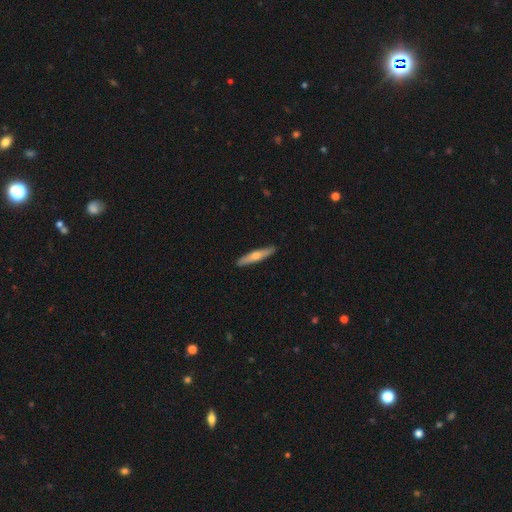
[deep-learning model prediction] A smooth galaxy with no disk features (50%).

Vote fractions:
- Smooth or featured? smooth: 50% / featured or disk: 45% / star or artifact: 6%
- Merging? none: 91% / minor disturbance: 7% / major disturbance: 1% / merger: 1%